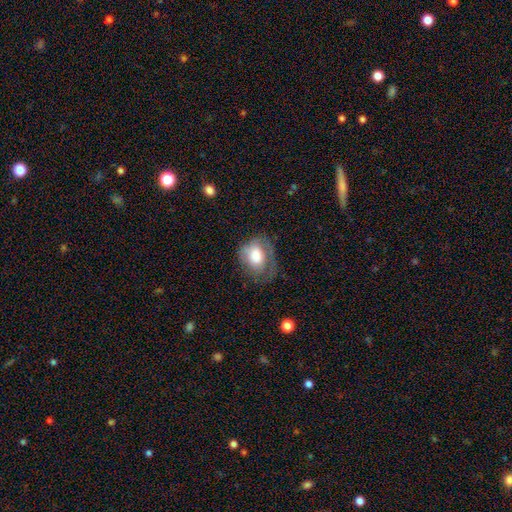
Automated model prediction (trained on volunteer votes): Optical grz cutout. It shows a smooth galaxy with no disk features (63%) that is in between round and cigar-shaped (65%). Merging: none (38%).